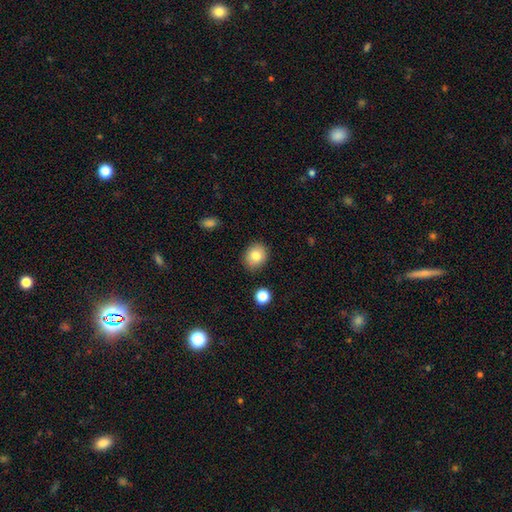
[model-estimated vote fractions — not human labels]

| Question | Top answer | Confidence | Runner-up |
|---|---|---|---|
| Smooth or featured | smooth | 82% | star or artifact (9%) |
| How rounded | round | 71% | in between (28%) |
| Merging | none | 83% | minor disturbance (11%) |